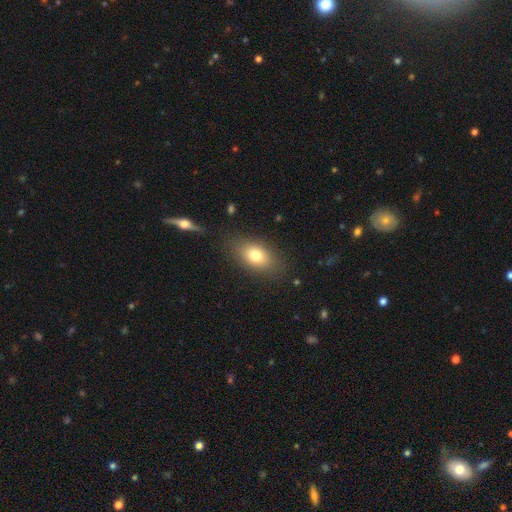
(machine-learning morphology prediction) This is likely a smooth galaxy (76%). How rounded: clearly in between (83%). Merging: clearly none (82%).